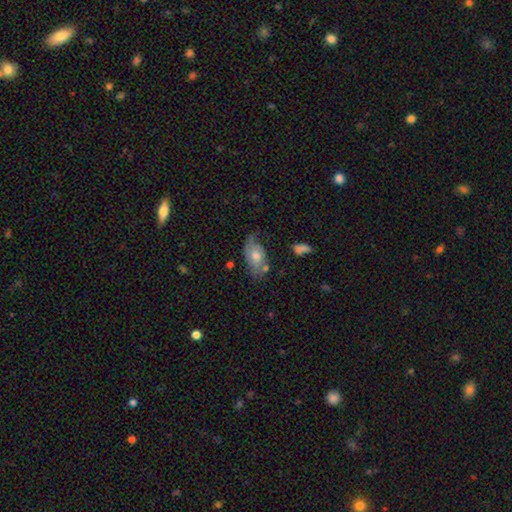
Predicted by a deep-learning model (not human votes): Smooth or featured?
  - featured or disk: 47% *
  - smooth: 46%
  - star or artifact: 8%
Merging?
  - none: 50% *
  - minor disturbance: 30%
  - major disturbance: 15%
  - merger: 5%